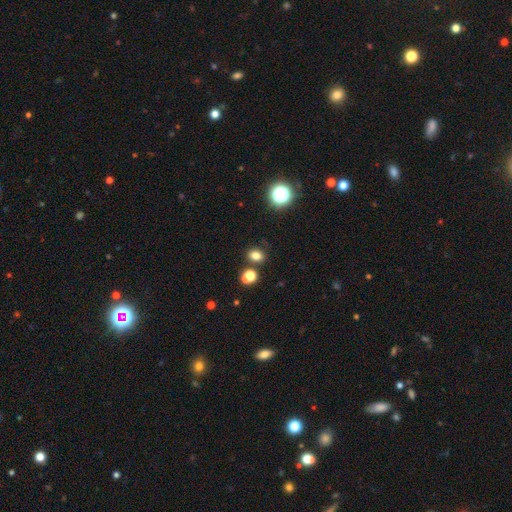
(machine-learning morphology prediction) A smooth galaxy with no disk features (77%) that is in between round and cigar-shaped (55%).

Vote fractions:
- Smooth or featured? smooth: 77% / star or artifact: 17% / featured or disk: 6%
- How rounded? in between: 55% / round: 44% / cigar-shaped: 1%
- Merging? none: 78% / minor disturbance: 10% / merger: 9% / major disturbance: 3%